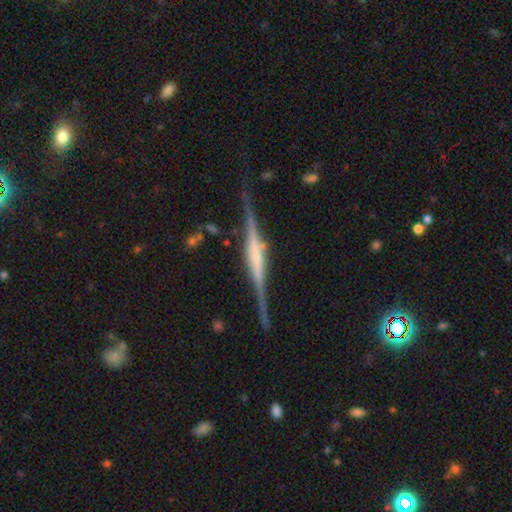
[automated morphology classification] type=featured or disk (87%); edge-on=yes (98%); edge-on bulge=rounded (54%); merging=none (84%).